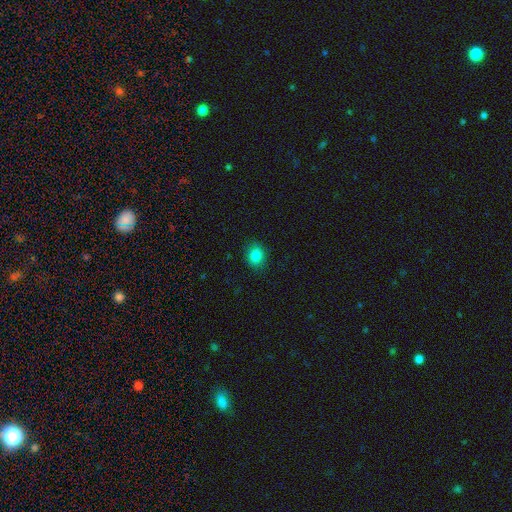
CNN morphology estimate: type=smooth (83%); roundness=round (57%); merging=none (87%).